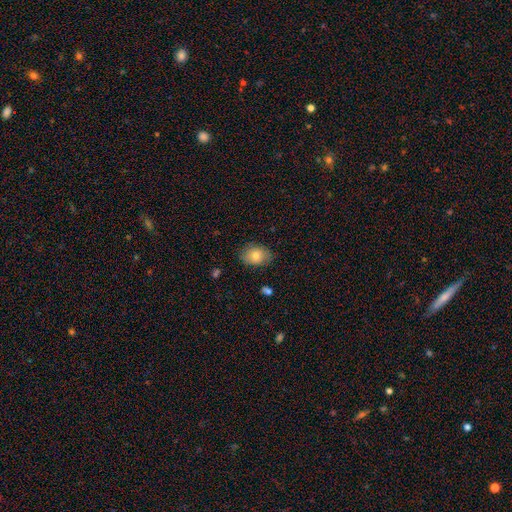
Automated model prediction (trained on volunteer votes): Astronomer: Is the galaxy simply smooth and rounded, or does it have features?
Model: smooth — 78%.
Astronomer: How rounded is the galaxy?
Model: in between — 71%.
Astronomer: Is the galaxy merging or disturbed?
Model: none — 82%.